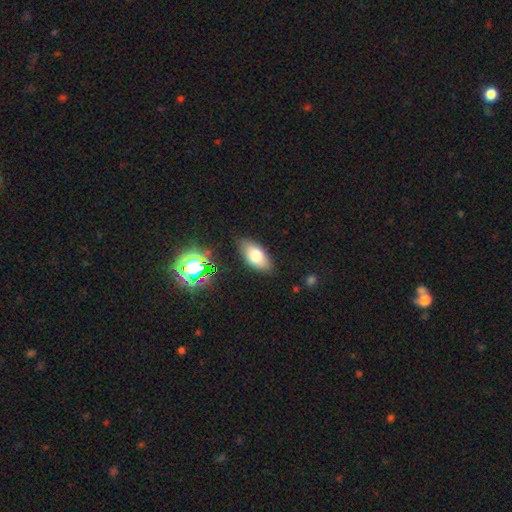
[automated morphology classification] smooth 73%, featured or disk 16%, star or artifact 10%. Down the decision tree: how rounded — in between (89%); merging — none (84%).